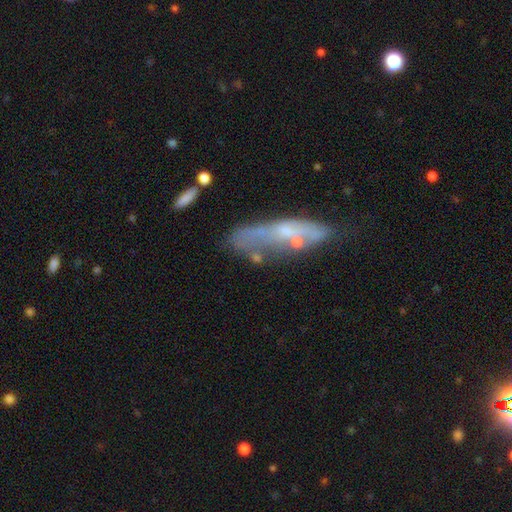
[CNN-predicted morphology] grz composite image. It shows a featured or disk galaxy (47%). Merging: none (41%).